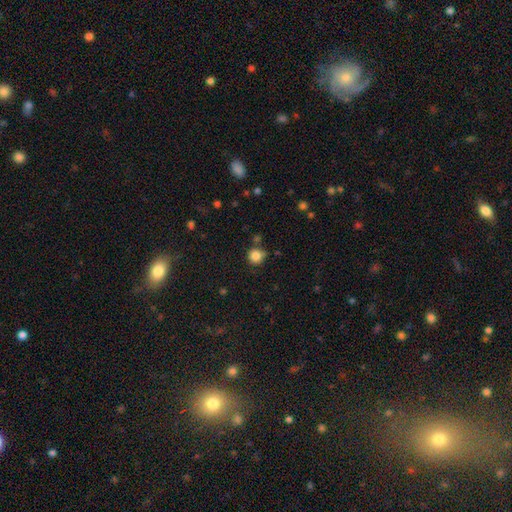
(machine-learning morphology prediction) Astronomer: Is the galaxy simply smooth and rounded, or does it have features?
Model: smooth — 84%.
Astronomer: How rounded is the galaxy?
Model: round — 93%.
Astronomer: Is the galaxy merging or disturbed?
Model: none — 77%.